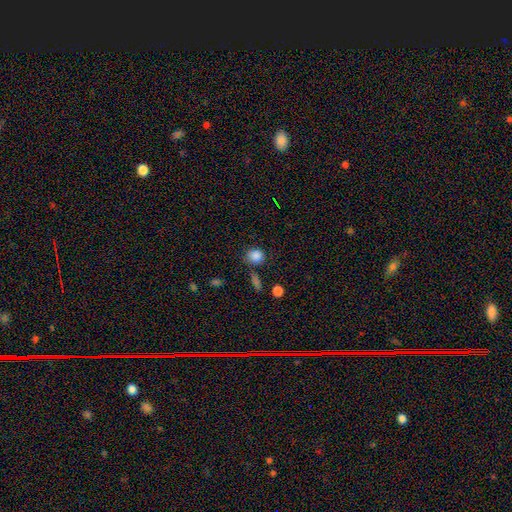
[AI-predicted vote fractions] A smooth galaxy with no disk features (84%) that is round (79%). Merging: none (75%).